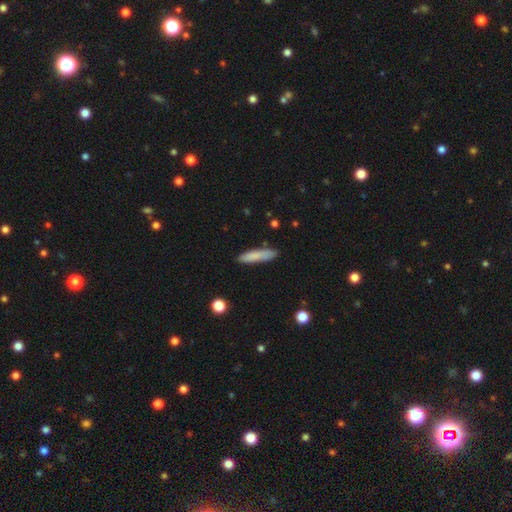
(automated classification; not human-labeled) Smooth or featured: smooth — 81% (featured or disk — 12%)
How rounded: cigar-shaped — 84% (in between — 15%)
Merging: none — 82% (minor disturbance — 13%)